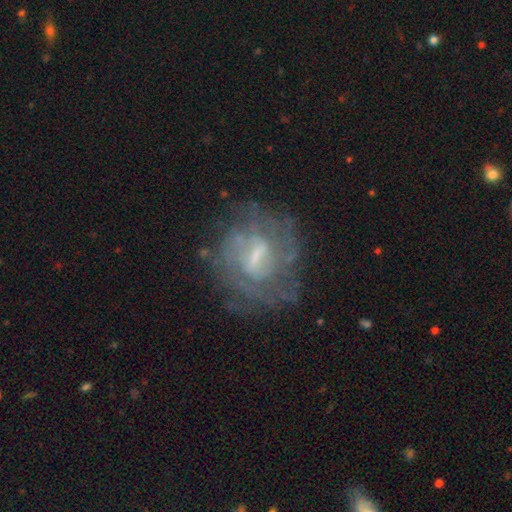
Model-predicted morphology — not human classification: A featured or disk galaxy (76%) with a weak bar (51%), tight (54%) spiral arms (70%) and a small central bulge (49%). Merging: none (65%).